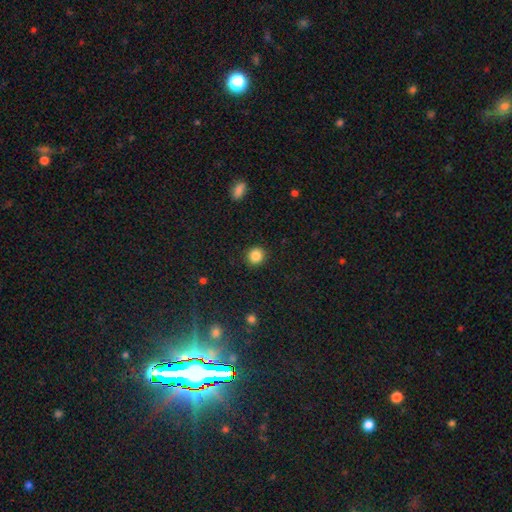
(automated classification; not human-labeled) Morphology: type=smooth (86%); roundness=round (89%); merging=none (91%).